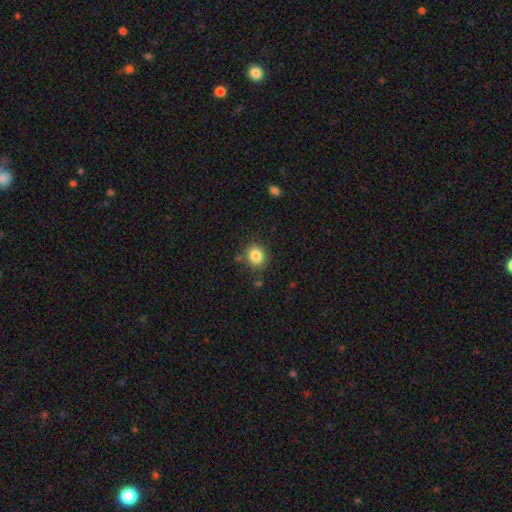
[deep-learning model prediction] This is clearly a smooth galaxy (84%). How rounded: likely round (75%). Merging: clearly none (83%).